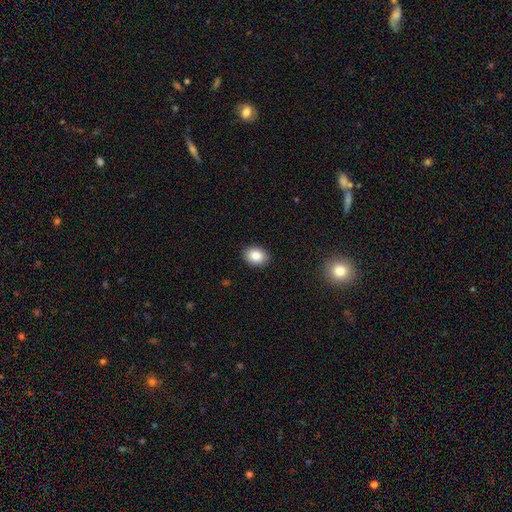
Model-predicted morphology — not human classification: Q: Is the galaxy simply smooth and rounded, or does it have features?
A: smooth — 87%.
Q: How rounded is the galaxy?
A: in between — 70%.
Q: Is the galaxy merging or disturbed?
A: none — 89%.